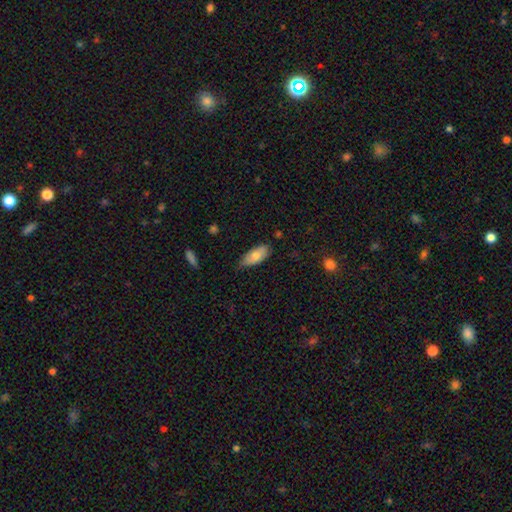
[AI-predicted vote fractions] Smooth or featured: smooth — 77% (featured or disk — 17%)
How rounded: in between — 87% (cigar-shaped — 11%)
Merging: none — 67% (minor disturbance — 28%)